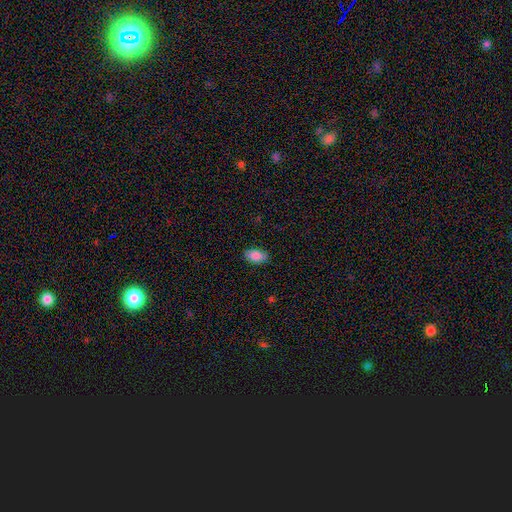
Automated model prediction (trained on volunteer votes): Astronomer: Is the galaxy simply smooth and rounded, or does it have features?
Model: smooth — 88%.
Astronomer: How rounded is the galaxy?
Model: in between — 93%.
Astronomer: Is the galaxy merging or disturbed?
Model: none — 86%.